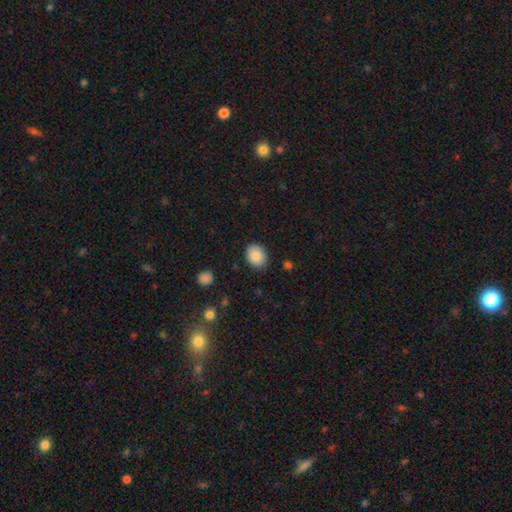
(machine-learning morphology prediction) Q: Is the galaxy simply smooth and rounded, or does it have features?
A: smooth — 87%.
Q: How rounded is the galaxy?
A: in between — 58%.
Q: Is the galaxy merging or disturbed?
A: none — 85%.